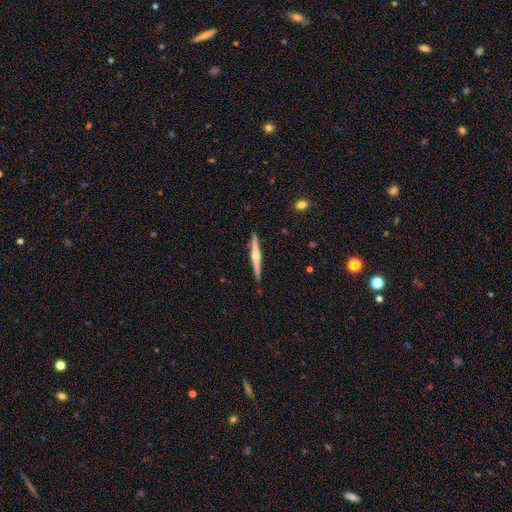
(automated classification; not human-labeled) smooth_or_featured: featured or disk (p=0.72) [alt: smooth p=0.23]
disk_edge_on: yes (p=0.98) [alt: no p=0.02]
edge_on_bulge: rounded (p=0.89) [alt: none p=0.06]
merging: none (p=0.89) [alt: minor disturbance p=0.08]